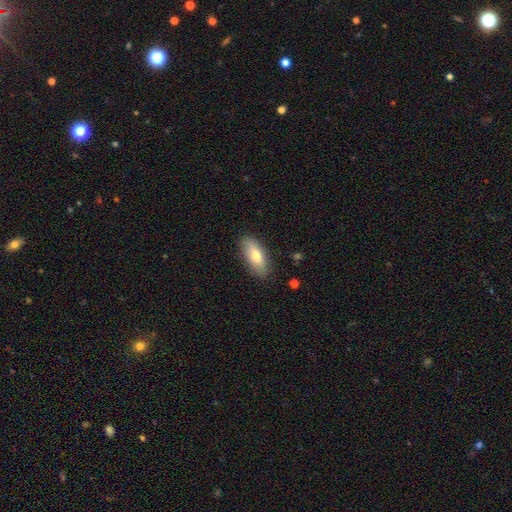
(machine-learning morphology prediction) smooth_or_featured: smooth (p=0.72) [alt: featured or disk p=0.21]
how_rounded: in between (p=0.81) [alt: cigar-shaped p=0.17]
merging: none (p=0.85) [alt: minor disturbance p=0.11]